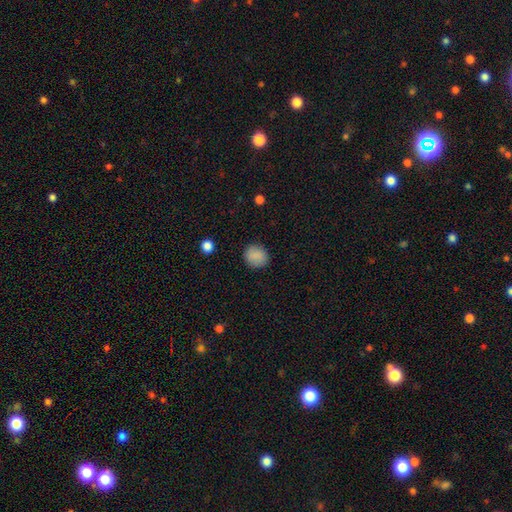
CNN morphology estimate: A smooth galaxy with no disk features (88%) that is round (83%). Merging: none (88%).